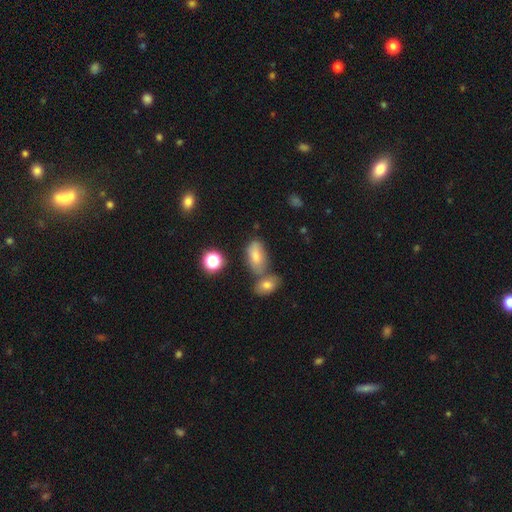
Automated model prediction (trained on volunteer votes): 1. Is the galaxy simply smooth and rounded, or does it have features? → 70% smooth, 15% star or artifact, 15% featured or disk.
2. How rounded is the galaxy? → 87% in between, 7% round, 5% cigar-shaped.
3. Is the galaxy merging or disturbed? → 53% none, 28% merger, 14% minor disturbance, 5% major disturbance.